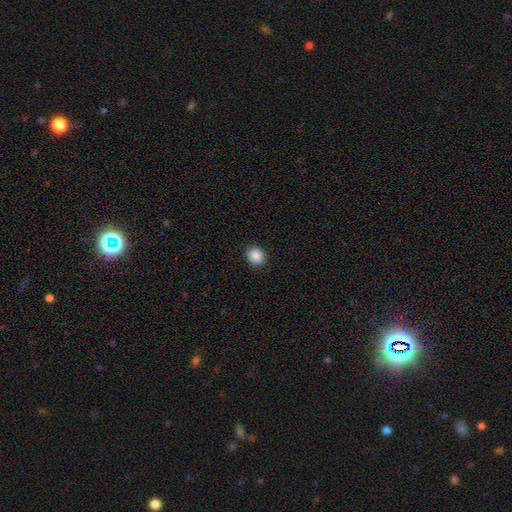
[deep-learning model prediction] A smooth galaxy with no disk features (88%) that is round (68%).

Vote fractions:
- Smooth or featured? smooth: 88% / star or artifact: 9% / featured or disk: 3%
- How rounded? round: 68% / in between: 31% / cigar-shaped: 1%
- Merging? none: 91% / minor disturbance: 6% / major disturbance: 2% / merger: 1%